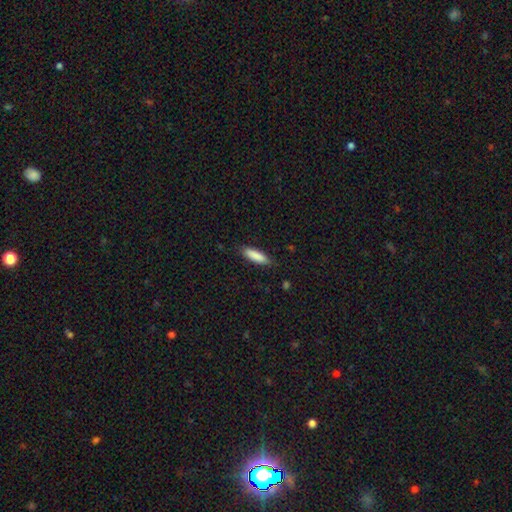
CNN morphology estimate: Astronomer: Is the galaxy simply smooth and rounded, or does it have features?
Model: smooth — 87%.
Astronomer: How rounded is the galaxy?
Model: cigar-shaped — 57% (runner-up: in between, 42%).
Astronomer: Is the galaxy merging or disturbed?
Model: none — 83%.